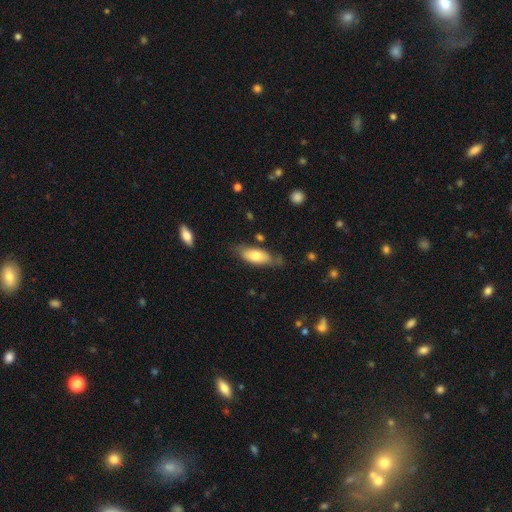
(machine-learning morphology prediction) The model was most divided on "merging": none: 67%, minor disturbance: 24%, major disturbance: 6%, merger: 3%. More confident: how rounded — in between (78%); smooth or featured — smooth (71%).